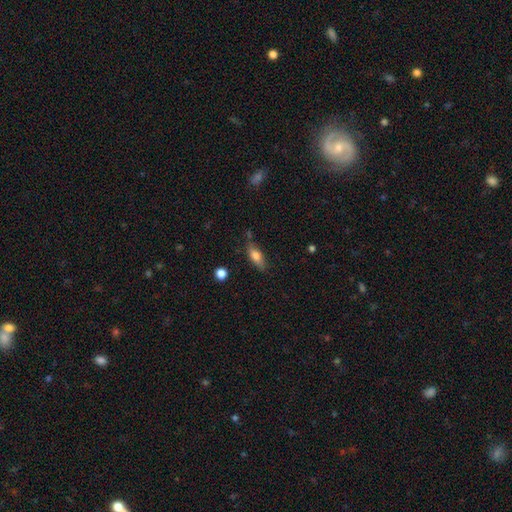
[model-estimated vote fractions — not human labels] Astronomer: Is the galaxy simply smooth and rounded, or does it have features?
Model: smooth — 72%.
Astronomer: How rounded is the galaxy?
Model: in between — 69%.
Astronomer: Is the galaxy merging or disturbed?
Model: none — 71%.